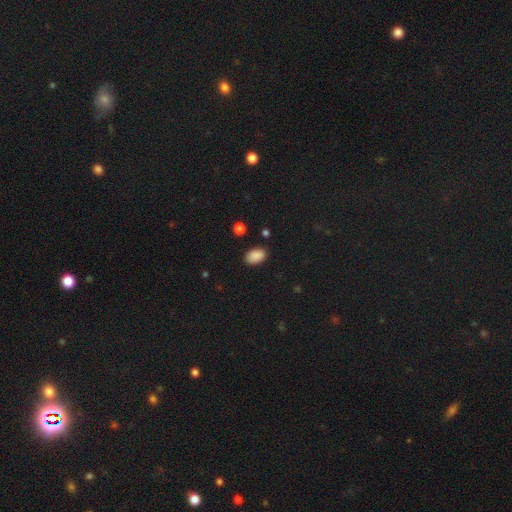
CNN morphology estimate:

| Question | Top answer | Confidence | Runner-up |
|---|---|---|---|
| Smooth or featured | smooth | 89% | star or artifact (8%) |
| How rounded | in between | 91% | round (8%) |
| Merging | none | 86% | minor disturbance (10%) |